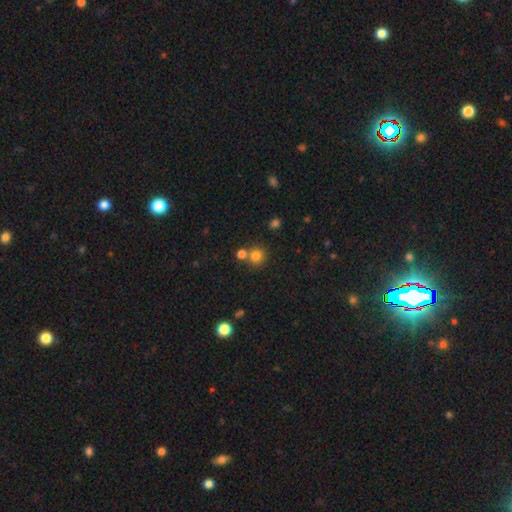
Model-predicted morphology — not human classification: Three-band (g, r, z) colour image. It shows a smooth galaxy with no disk features (79%) that is round (89%). Merging: none (65%).